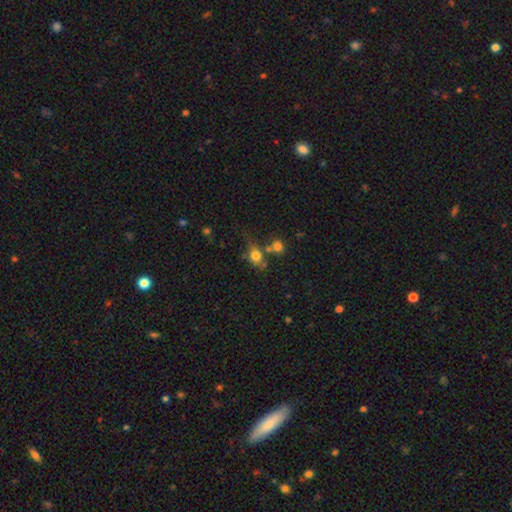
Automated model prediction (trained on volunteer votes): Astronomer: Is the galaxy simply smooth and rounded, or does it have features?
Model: smooth — 71%.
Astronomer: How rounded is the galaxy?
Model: round — 53% (runner-up: in between, 43%).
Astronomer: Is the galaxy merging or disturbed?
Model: none — 44% (runner-up: merger, 23%).